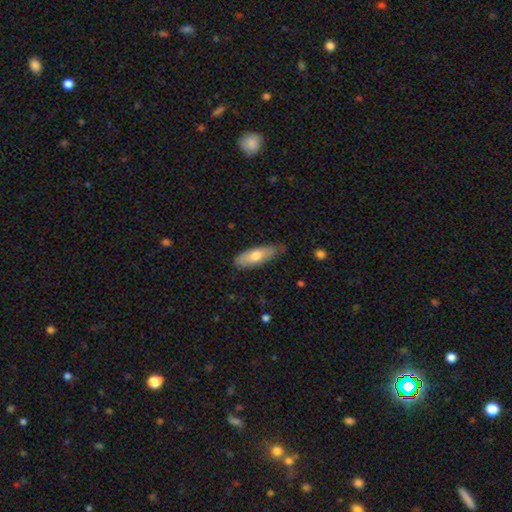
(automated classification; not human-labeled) Q: Smooth or featured?
A: smooth (69%); runner-up: featured or disk (26%)
Q: How rounded?
A: in between (55%); runner-up: cigar-shaped (43%)
Q: Merging?
A: none (74%); runner-up: minor disturbance (22%)